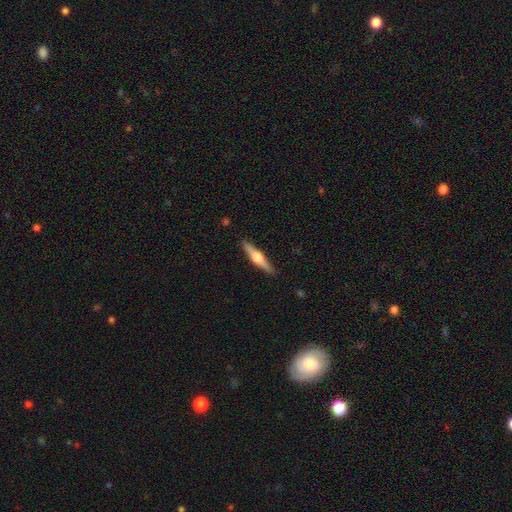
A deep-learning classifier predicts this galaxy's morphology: smooth-or-featured: featured or disk: 68% | smooth: 27% | star or artifact: 5%
  disk-edge-on: yes: 98% | no: 2%
    edge-on-bulge: rounded: 92% | boxy: 6% | none: 2%
  merging: none: 90% | minor disturbance: 7% | major disturbance: 2% | merger: 1%